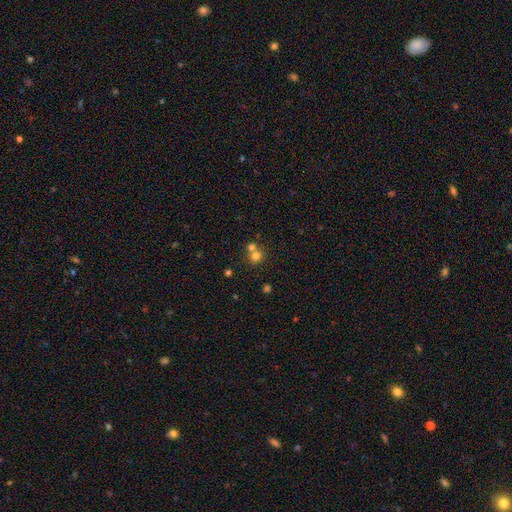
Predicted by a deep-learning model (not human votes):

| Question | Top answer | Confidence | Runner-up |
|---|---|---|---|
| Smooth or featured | smooth | 72% | star or artifact (16%) |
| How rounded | round | 83% | in between (16%) |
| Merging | merger | 48% | none (43%) |